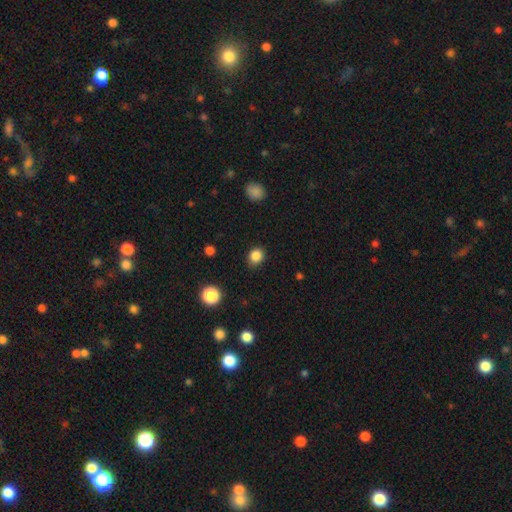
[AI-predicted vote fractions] Overall: smooth (85%). How rounded: round (69%; in between 31%). Merging: none (87%).